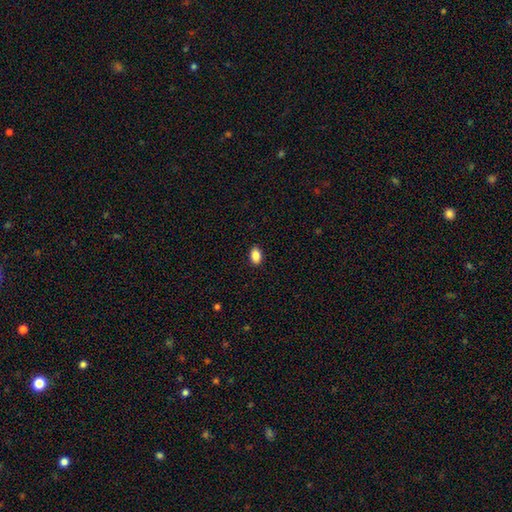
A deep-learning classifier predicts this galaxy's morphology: type=smooth (88%); roundness=in between (88%); merging=none (90%).